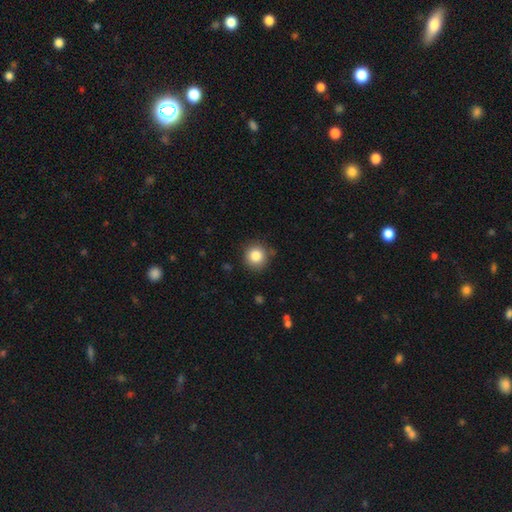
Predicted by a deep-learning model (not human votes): A smooth galaxy with no disk features (84%) that is round (94%). Merging: none (86%).